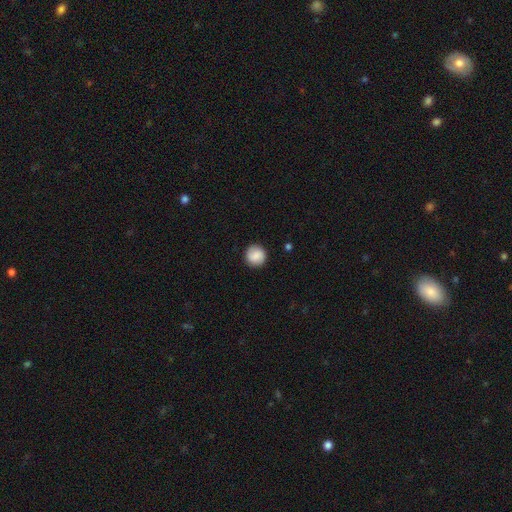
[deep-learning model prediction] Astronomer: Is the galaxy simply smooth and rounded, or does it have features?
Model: smooth — 83%.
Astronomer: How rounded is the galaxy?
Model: round — 94%.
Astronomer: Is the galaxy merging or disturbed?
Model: none — 90%.